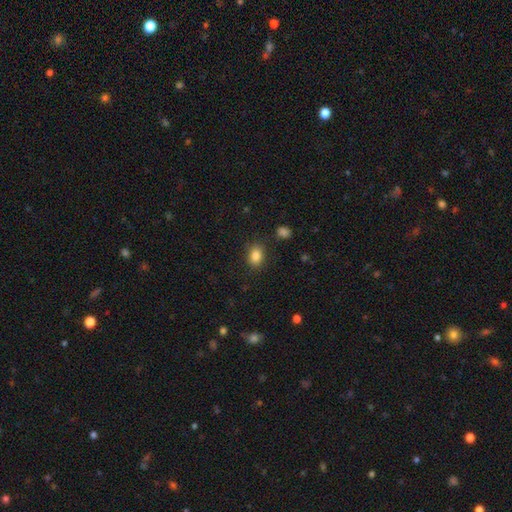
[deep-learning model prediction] A smooth galaxy with no disk features (85%) that is in between round and cigar-shaped (75%).

Vote fractions:
- Smooth or featured? smooth: 85% / star or artifact: 10% / featured or disk: 5%
- How rounded? in between: 75% / round: 24% / cigar-shaped: 1%
- Merging? none: 85% / minor disturbance: 10% / major disturbance: 3% / merger: 2%